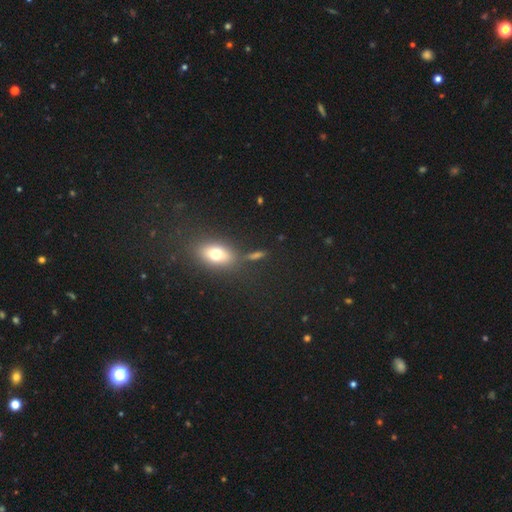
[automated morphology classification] smooth-or-featured: smooth: 60% | star or artifact: 23% | featured or disk: 17%
  how-rounded: in between: 63% | round: 23% | cigar-shaped: 13%
  merging: none: 73% | minor disturbance: 12% | merger: 10% | major disturbance: 6%